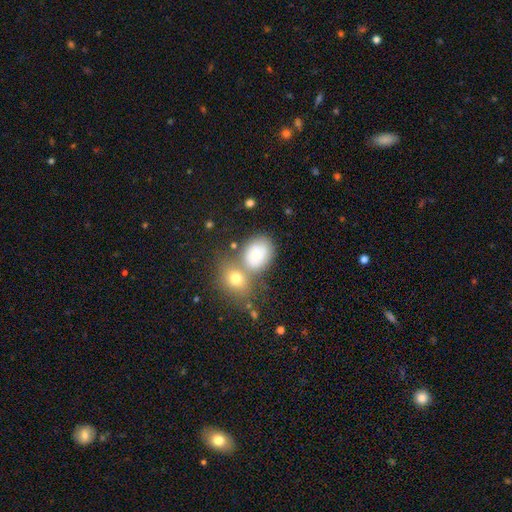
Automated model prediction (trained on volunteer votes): A smooth galaxy with no disk features (76%) that is in between round and cigar-shaped (61%). Merging: none (46%).